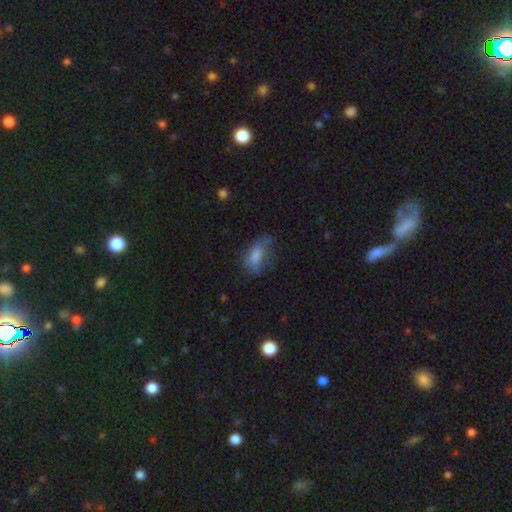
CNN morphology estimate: This appears to be a smooth galaxy with no disk features (65%) that is in between round and cigar-shaped (83%). Merging: none (45%).